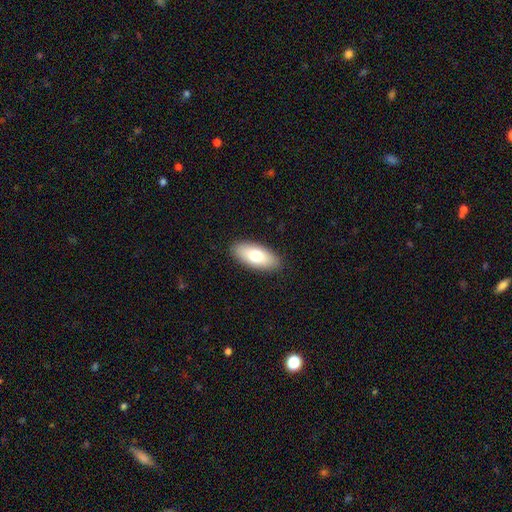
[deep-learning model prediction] This is likely a smooth galaxy (75%). How rounded: clearly in between (87%). Merging: clearly none (89%).